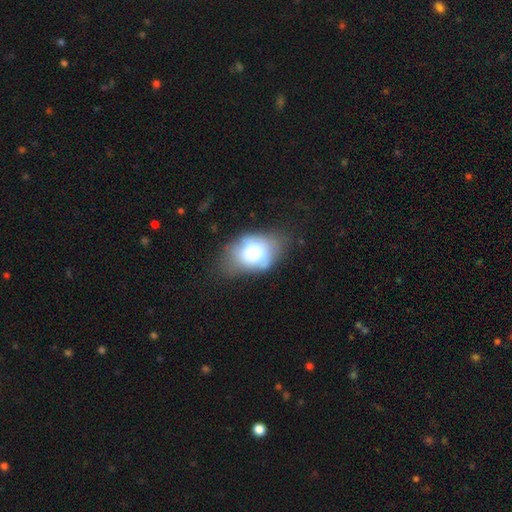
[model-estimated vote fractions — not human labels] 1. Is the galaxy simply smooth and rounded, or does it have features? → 68% smooth, 23% featured or disk, 8% star or artifact.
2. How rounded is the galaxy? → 79% in between, 20% round, 1% cigar-shaped.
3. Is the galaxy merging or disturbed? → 43% none, 35% minor disturbance, 18% major disturbance, 3% merger.